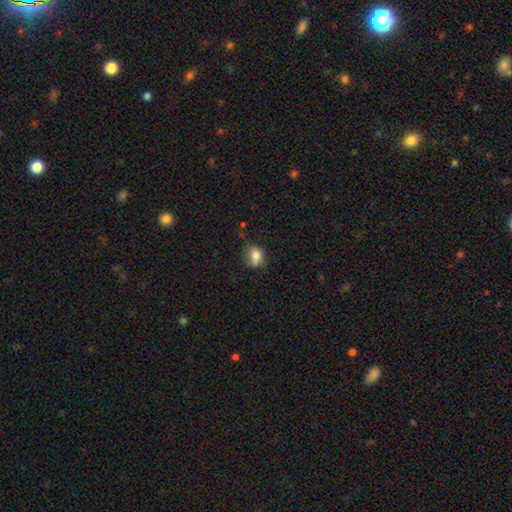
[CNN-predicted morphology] Smooth or featured? Predicted: smooth (p=0.79). How rounded? Predicted: round (p=0.66). Merging? Predicted: none (p=0.53).